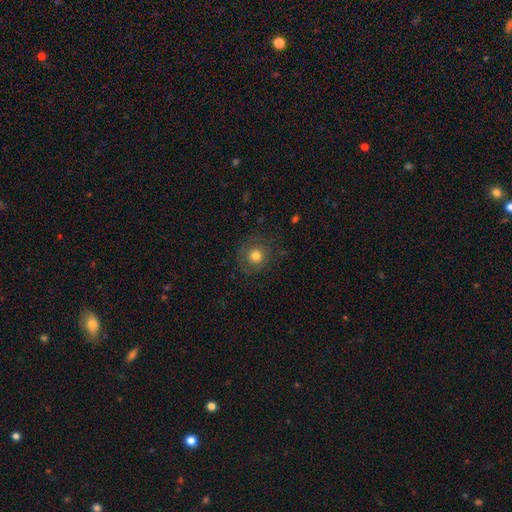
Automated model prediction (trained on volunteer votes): This is likely a smooth galaxy (73%). How rounded: clearly round (91%). Merging: likely none (79%).